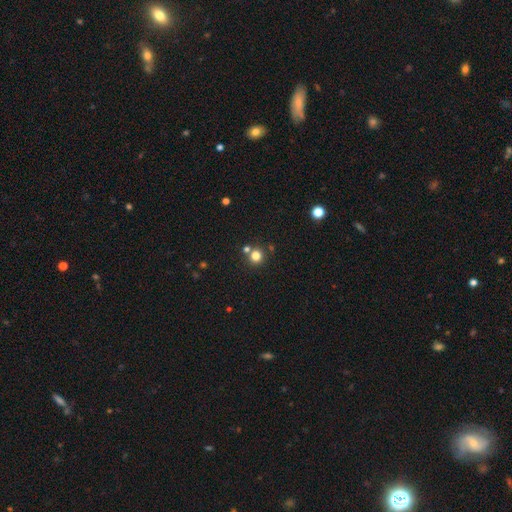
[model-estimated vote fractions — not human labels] Smooth or featured?
  - smooth: 79% *
  - star or artifact: 15%
  - featured or disk: 6%
How rounded?
  - round: 92% *
  - in between: 7%
  - cigar-shaped: 1%
Merging?
  - none: 75% *
  - merger: 15%
  - minor disturbance: 7%
  - major disturbance: 3%